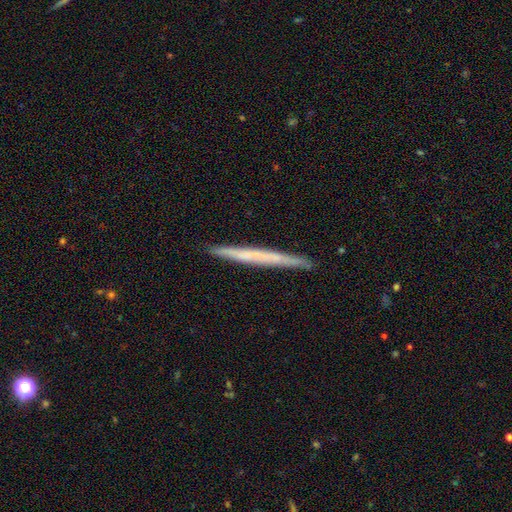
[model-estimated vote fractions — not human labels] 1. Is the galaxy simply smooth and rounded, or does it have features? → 49% featured or disk, 44% smooth, 6% star or artifact.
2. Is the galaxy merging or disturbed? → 91% none, 7% minor disturbance, 1% major disturbance, 1% merger.